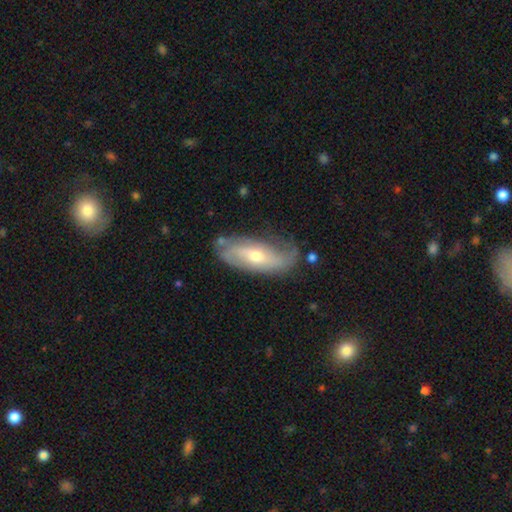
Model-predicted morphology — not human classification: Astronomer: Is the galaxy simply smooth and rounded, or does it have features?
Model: featured or disk — 69%.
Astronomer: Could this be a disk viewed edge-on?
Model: no — 84%.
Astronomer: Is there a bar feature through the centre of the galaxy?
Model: no — 50% (runner-up: weak, 34%).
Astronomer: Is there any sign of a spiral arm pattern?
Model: yes — 84%.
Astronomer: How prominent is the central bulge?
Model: moderate — 56% (runner-up: small, 39%).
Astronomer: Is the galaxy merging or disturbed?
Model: none — 66%.